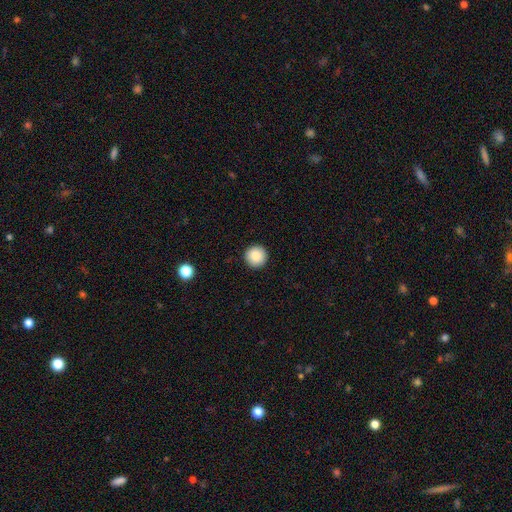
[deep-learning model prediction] A smooth galaxy with no disk features (88%) that is round (96%). Merging: none (93%).